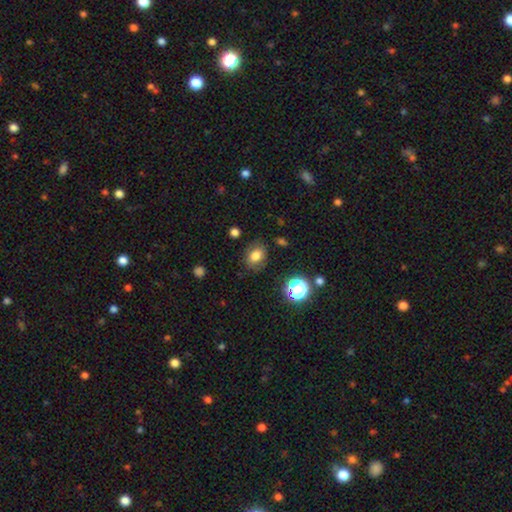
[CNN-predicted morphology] Smooth or featured? Predicted: smooth (p=0.76). How rounded? Predicted: in between (p=0.63). Merging? Predicted: none (p=0.79).